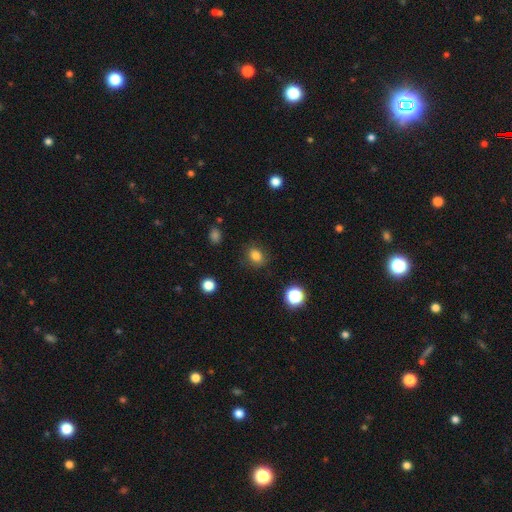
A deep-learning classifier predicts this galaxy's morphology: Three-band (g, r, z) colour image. It shows a smooth galaxy with no disk features (82%) that is round (56%). Merging: none (84%).